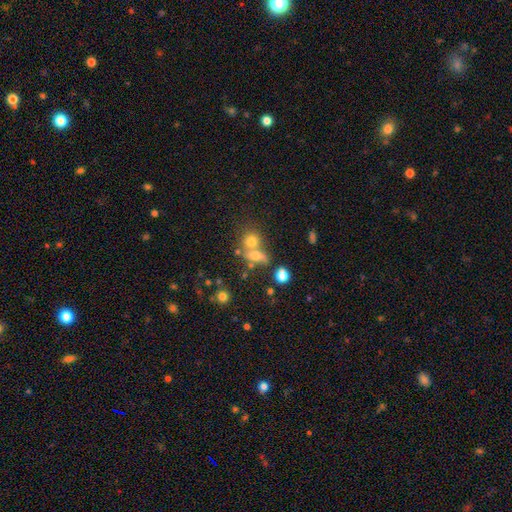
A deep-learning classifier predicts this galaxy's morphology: A smooth galaxy with no disk features (64%) that is in between round and cigar-shaped (50%). Merging: merger (49%).